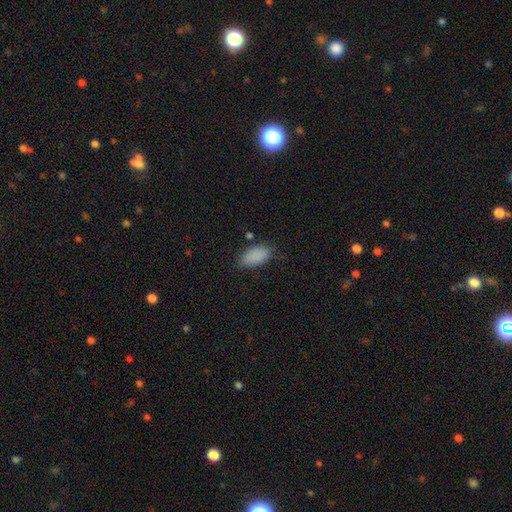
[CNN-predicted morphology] This is clearly a smooth galaxy (87%). How rounded: clearly in between (93%). Merging: likely none (76%).